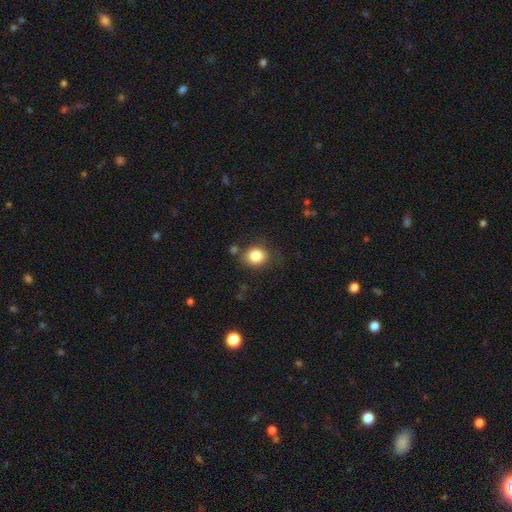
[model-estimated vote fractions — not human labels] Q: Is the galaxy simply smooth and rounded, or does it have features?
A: smooth — 83%.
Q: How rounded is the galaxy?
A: round — 68%.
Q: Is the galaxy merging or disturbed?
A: none — 75%.